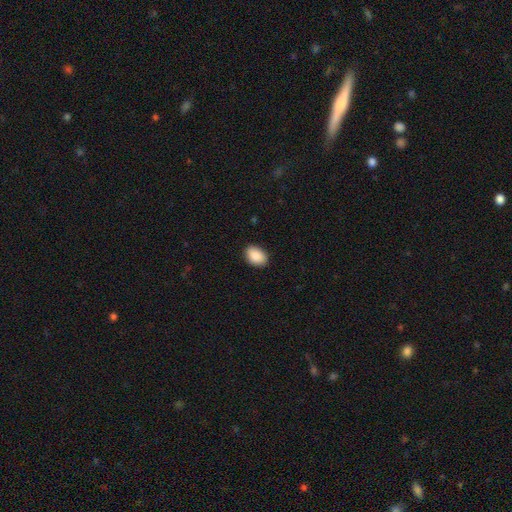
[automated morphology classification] smooth_or_featured: smooth (p=0.90) [alt: star or artifact p=0.07]
how_rounded: in between (p=0.84) [alt: round p=0.15]
merging: none (p=0.88) [alt: minor disturbance p=0.10]